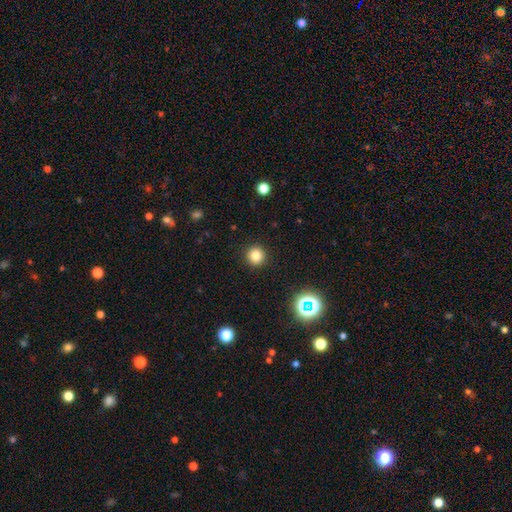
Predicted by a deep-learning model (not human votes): Smooth or featured? smooth (80%)
How rounded? round (94%)
Merging? none (92%)